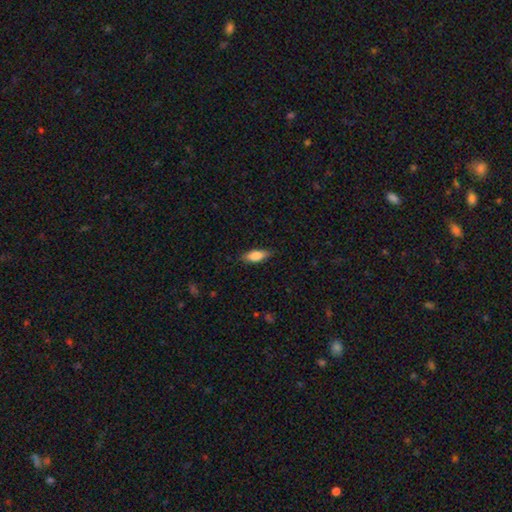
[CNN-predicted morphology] This is clearly a smooth galaxy (82%). How rounded: likely in between (72%). Merging: clearly none (82%).